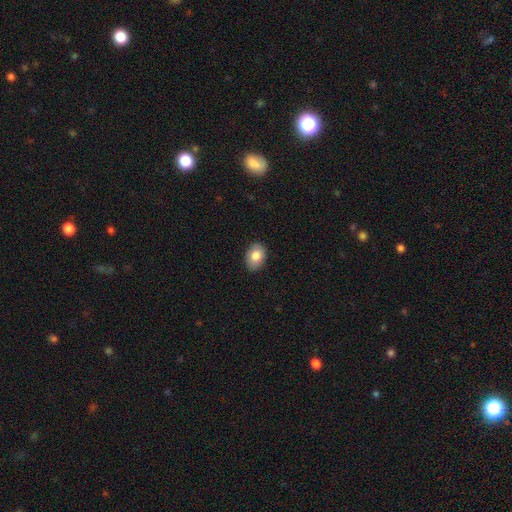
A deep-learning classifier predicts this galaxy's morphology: Smooth or featured? smooth (83%)
How rounded? in between (79%)
Merging? none (88%)